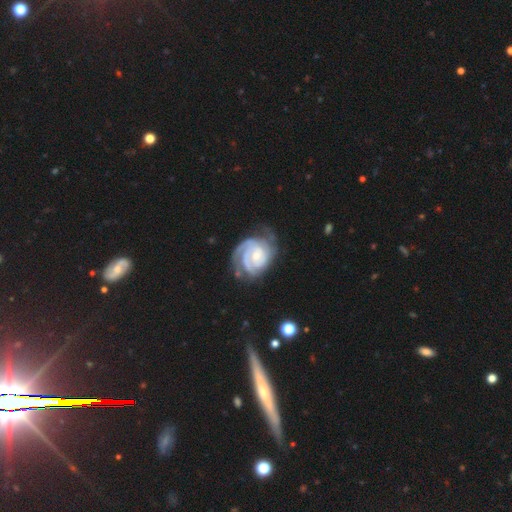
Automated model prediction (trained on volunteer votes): Smooth or featured? featured or disk (90%)
Edge-on disk? no (98%)
Bar? no (64%)
Spiral arms? yes (98%)
Spiral winding? tight (72%)
Spiral arm count? 3 (33%, tied with 2)
Bulge size? small (54%)
Merging? none (62%)